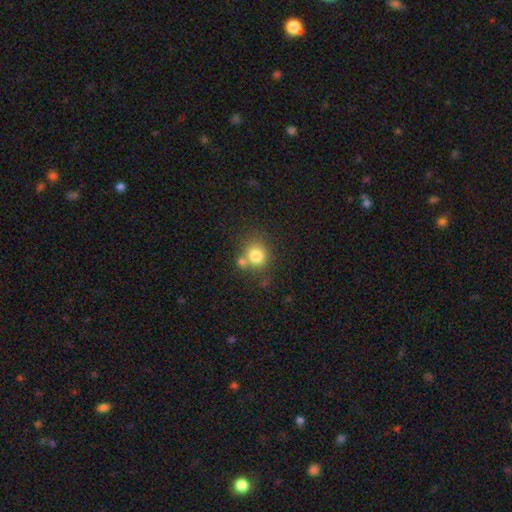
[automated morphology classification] The model was most divided on "merging": none: 61%, merger: 24%, minor disturbance: 11%, major disturbance: 4%. More confident: how rounded — round (84%); smooth or featured — smooth (80%).